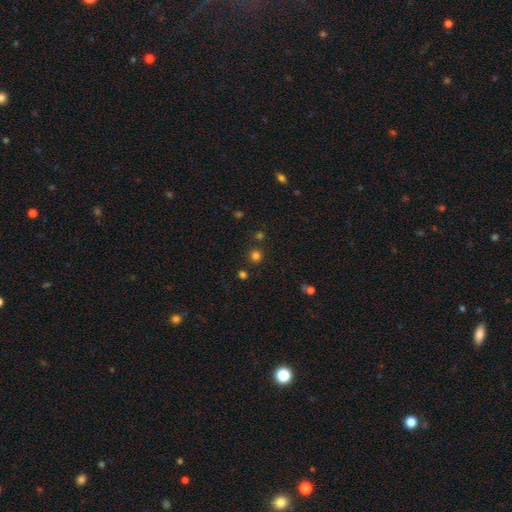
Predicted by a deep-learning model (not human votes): This appears to be a smooth galaxy with no disk features (75%) that is round (91%). Merging: none (85%).